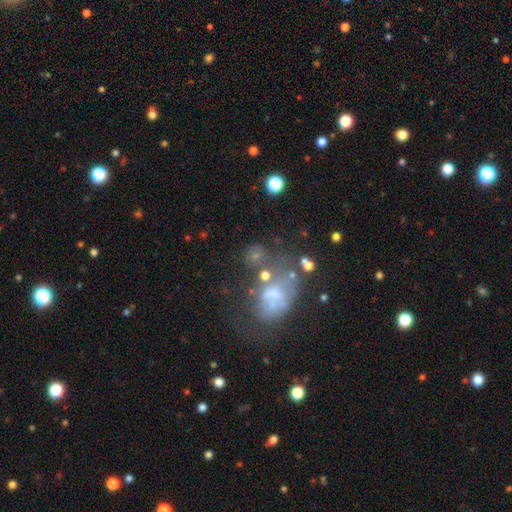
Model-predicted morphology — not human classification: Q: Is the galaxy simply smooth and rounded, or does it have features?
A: smooth — 40%.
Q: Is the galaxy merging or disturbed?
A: major disturbance — 31%.